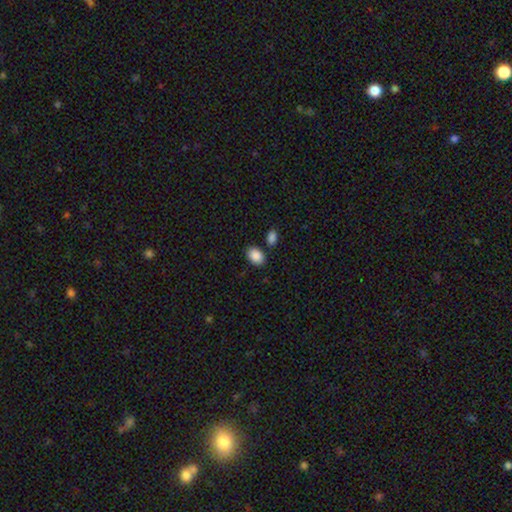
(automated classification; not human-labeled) Smooth or featured?
  - smooth: 89% *
  - star or artifact: 7%
  - featured or disk: 4%
How rounded?
  - in between: 83% *
  - round: 16%
  - cigar-shaped: 1%
Merging?
  - none: 79% *
  - minor disturbance: 10%
  - merger: 9%
  - major disturbance: 3%